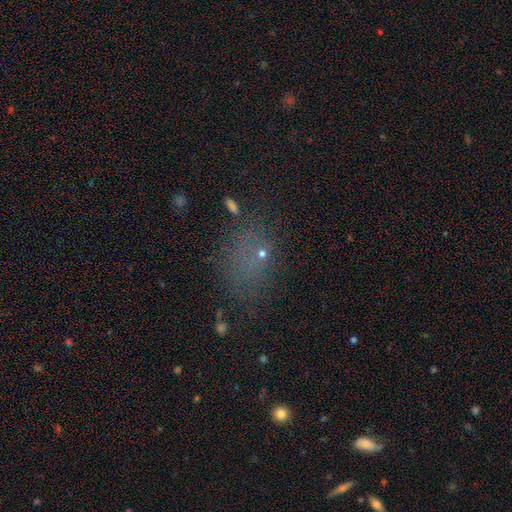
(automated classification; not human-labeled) Q: Smooth or featured?
A: smooth (51%); runner-up: star or artifact (34%)
Q: How rounded?
A: in between (65%); runner-up: round (33%)
Q: Merging?
A: none (62%); runner-up: minor disturbance (20%)